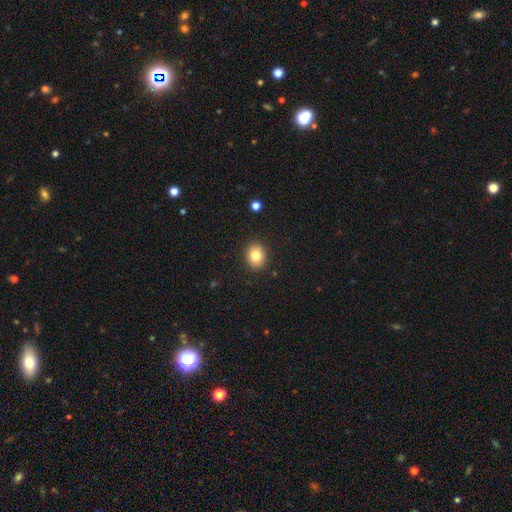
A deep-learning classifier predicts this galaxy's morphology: This appears to be a smooth galaxy with no disk features (81%) that is round (64%). Merging: none (90%).